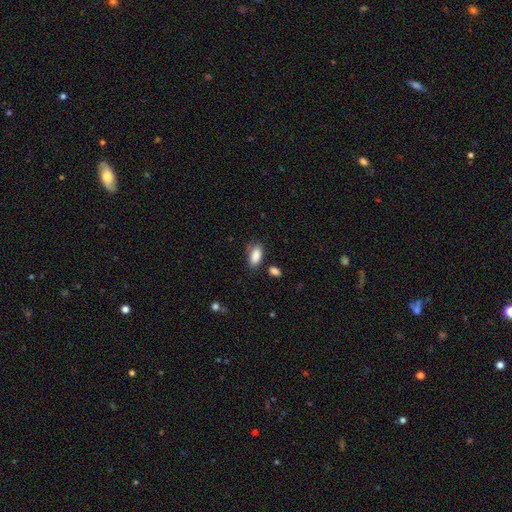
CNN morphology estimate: This appears to be a smooth galaxy with no disk features (88%) that is in between round and cigar-shaped (92%). Merging: none (72%).